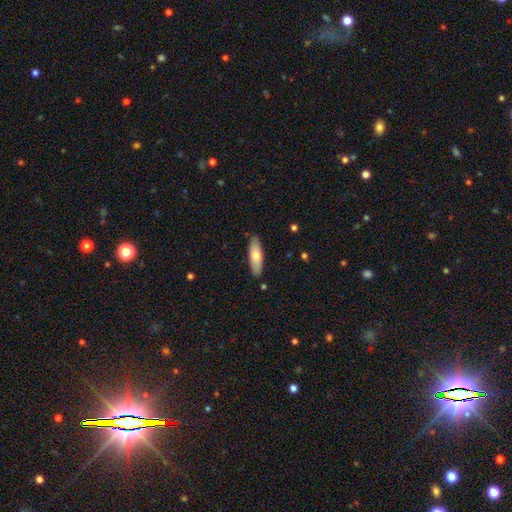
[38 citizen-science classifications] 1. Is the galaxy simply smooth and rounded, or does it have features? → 66% smooth, 26% featured or disk, 8% star or artifact.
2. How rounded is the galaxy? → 60% cigar-shaped, 40% in between, 0% round.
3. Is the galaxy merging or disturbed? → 94% none, 3% minor disturbance, 3% major disturbance, 0% merger.